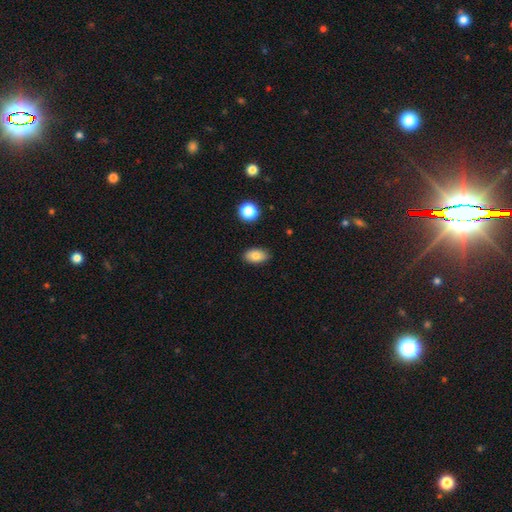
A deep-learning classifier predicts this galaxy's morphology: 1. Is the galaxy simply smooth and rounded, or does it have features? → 85% smooth, 9% star or artifact, 7% featured or disk.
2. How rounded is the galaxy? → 91% in between, 7% round, 2% cigar-shaped.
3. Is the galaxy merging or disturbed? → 85% none, 11% minor disturbance, 2% major disturbance, 2% merger.